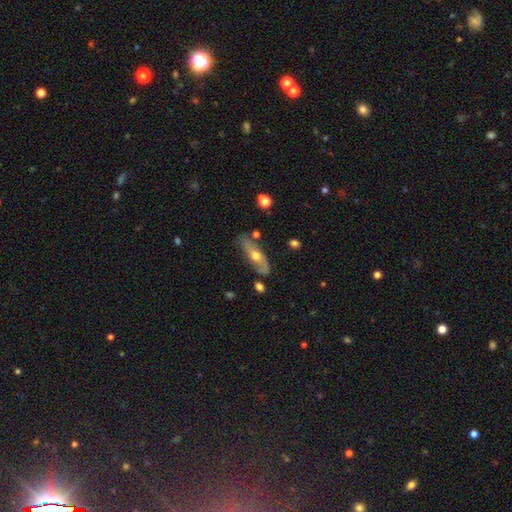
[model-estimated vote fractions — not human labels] featured or disk 58%, smooth 36%, star or artifact 6%. Down the decision tree: edge-on disk — no (74%); merging — none (64%).